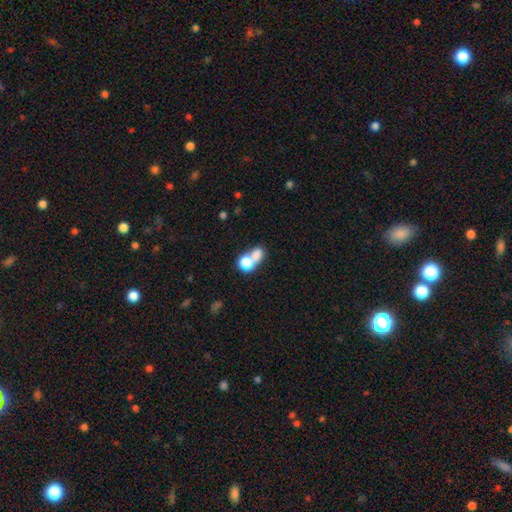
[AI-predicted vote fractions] Smooth or featured? Predicted: smooth (p=0.73). How rounded? Predicted: round (p=0.53). Merging? Predicted: merger (p=0.61).